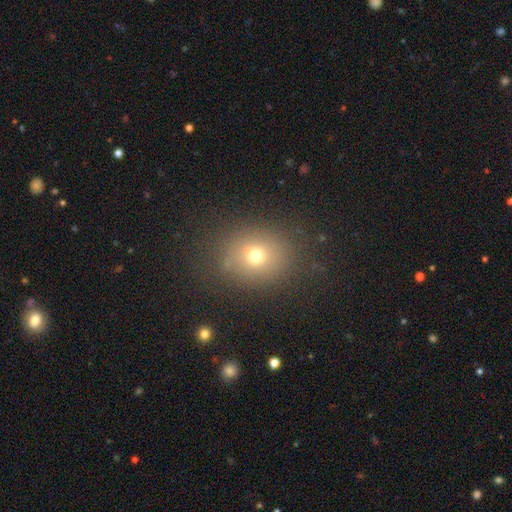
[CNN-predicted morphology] Overall: smooth (66%). How rounded: round (65%; in between 34%). Merging: none (76%).